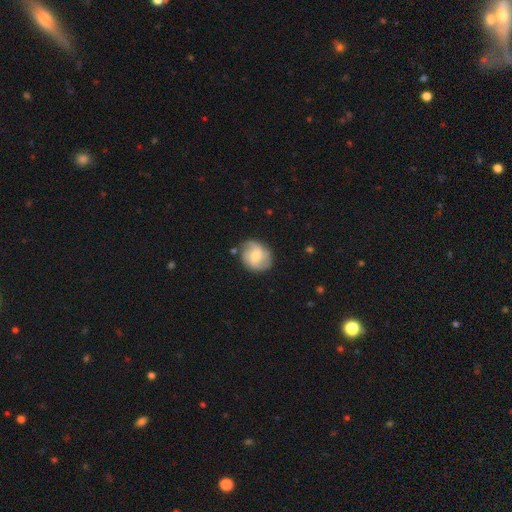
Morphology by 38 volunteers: smooth-or-featured: featured or disk: 71% | smooth: 26% | star or artifact: 3%
  disk-edge-on: no: 100% | yes: 0%
    bar: no: 56% | weak: 44% | strong: 0%
    has-spiral-arms: yes: 85% | no: 15%
      spiral-winding: loose: 57% | medium: 39% | tight: 4%
      spiral-arm-count: 2: 65% | can't tell: 17% | 4: 13% | 3: 4% | 1: 0% | more than 4: 0%
    bulge-size: moderate: 78% | small: 15% | dominant: 4% | none: 4% | large: 0%
  merging: none: 76% | minor disturbance: 14% | major disturbance: 8% | merger: 3%